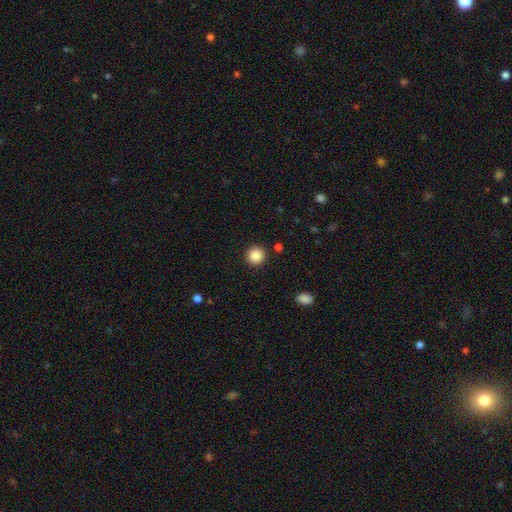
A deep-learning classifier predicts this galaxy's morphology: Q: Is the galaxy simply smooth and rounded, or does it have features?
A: smooth — 86%.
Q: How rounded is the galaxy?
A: round — 94%.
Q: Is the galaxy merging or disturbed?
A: none — 91%.